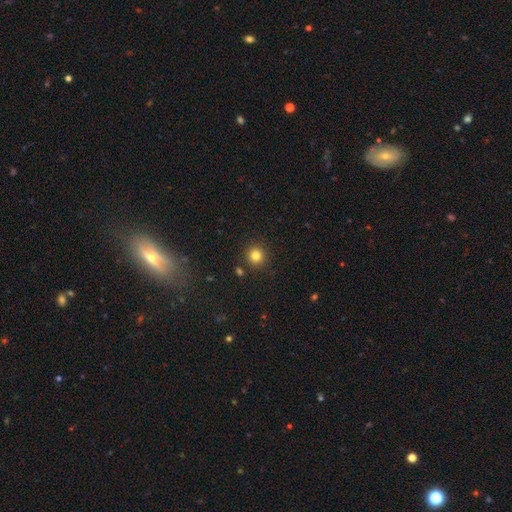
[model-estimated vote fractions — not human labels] smooth 82%, star or artifact 13%, featured or disk 5%. Down the decision tree: how rounded — round (93%); merging — none (89%).